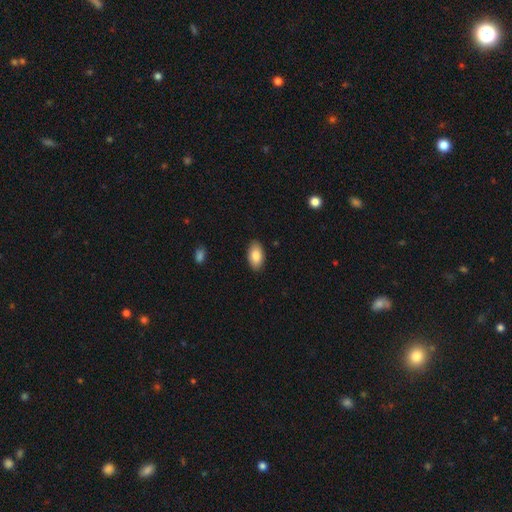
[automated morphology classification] Q: Smooth or featured?
A: smooth (84%); runner-up: featured or disk (9%)
Q: How rounded?
A: in between (94%); runner-up: round (4%)
Q: Merging?
A: none (88%); runner-up: minor disturbance (9%)